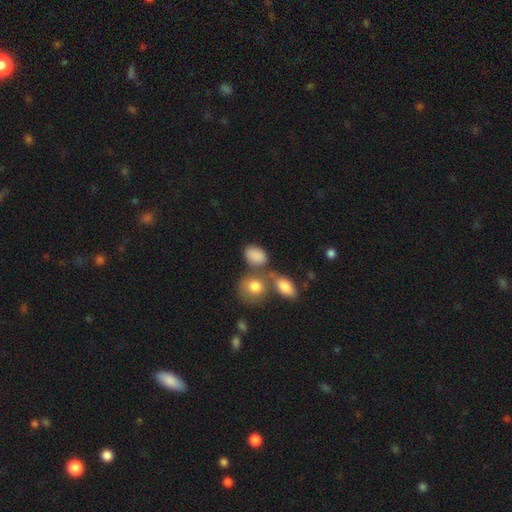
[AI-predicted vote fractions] A smooth galaxy with no disk features (85%) that is in between round and cigar-shaped (79%).

Vote fractions:
- Smooth or featured? smooth: 85% / star or artifact: 8% / featured or disk: 7%
- How rounded? in between: 79% / round: 19% / cigar-shaped: 2%
- Merging? none: 52% / merger: 27% / minor disturbance: 15% / major disturbance: 6%